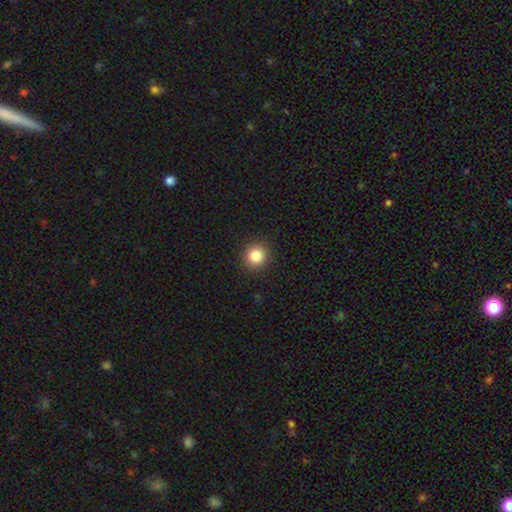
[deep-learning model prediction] Smooth or featured? smooth (85%)
How rounded? round (92%)
Merging? none (91%)